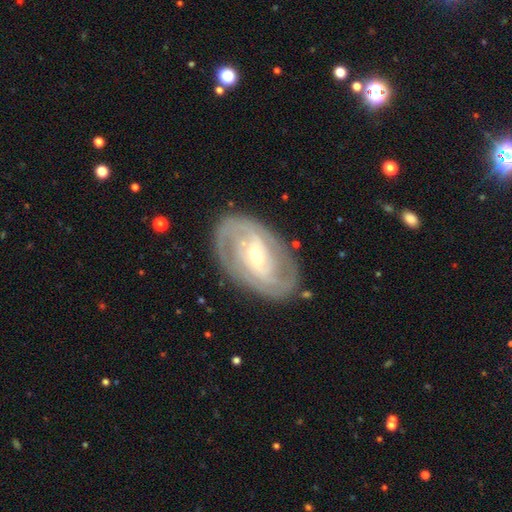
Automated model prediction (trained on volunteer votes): Smooth or featured?
  - featured or disk: 85% *
  - smooth: 10%
  - star or artifact: 5%
Edge-on disk?
  - no: 96% *
  - yes: 4%
Bar?
  - weak: 40% *
  - no: 38%
  - strong: 22%
Spiral arms?
  - yes: 93% *
  - no: 7%
Spiral winding?
  - tight: 59% *
  - medium: 33%
  - loose: 8%
Spiral arm count?
  - 2: 49% *
  - can't tell: 22%
  - 3: 15%
  - 4: 6%
  - 1: 4%
  - more than 4: 4%
Bulge size?
  - small: 63% *
  - moderate: 33%
  - large: 2%
  - none: 1%
  - dominant: 1%
Merging?
  - none: 81% *
  - minor disturbance: 13%
  - major disturbance: 4%
  - merger: 1%